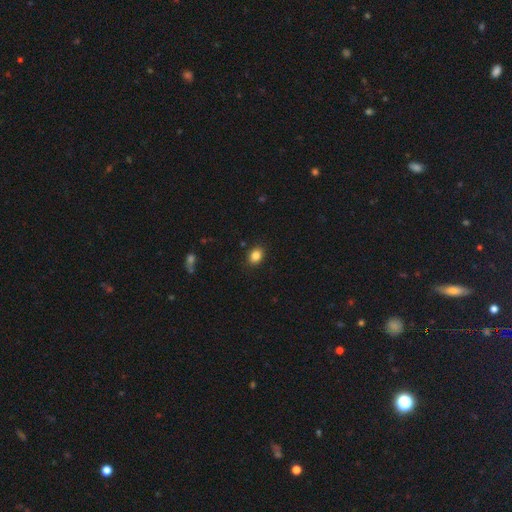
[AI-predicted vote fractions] Smooth or featured?
  - smooth: 85% *
  - star or artifact: 10%
  - featured or disk: 5%
How rounded?
  - in between: 60% *
  - round: 39%
  - cigar-shaped: 1%
Merging?
  - none: 88% *
  - minor disturbance: 8%
  - major disturbance: 2%
  - merger: 1%